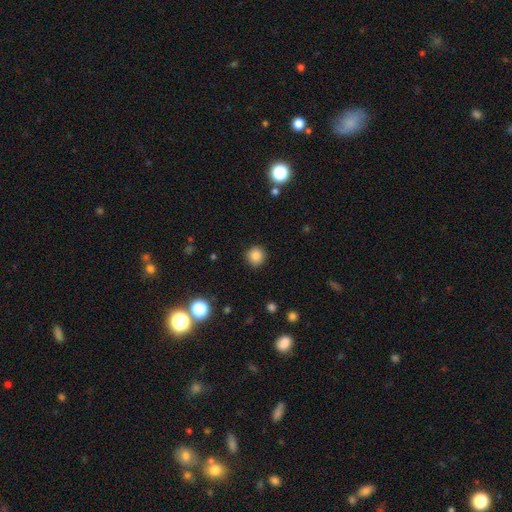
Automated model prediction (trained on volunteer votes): The model was most divided on "smooth or featured": smooth: 85%, star or artifact: 11%, featured or disk: 5%. More confident: how rounded — round (93%); merging — none (91%).